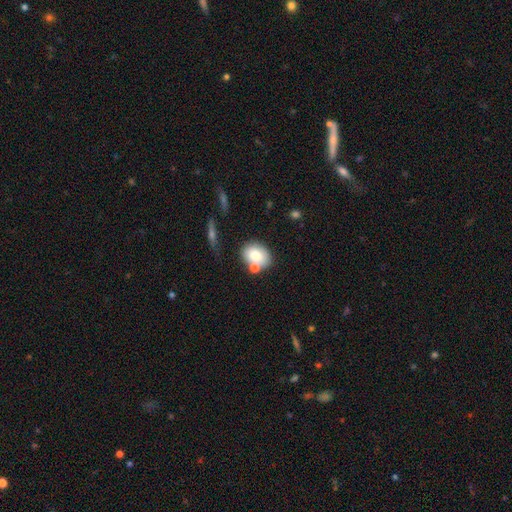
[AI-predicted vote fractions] smooth 77%, featured or disk 15%, star or artifact 8%. Down the decision tree: how rounded — in between (57%); merging — none (59%).